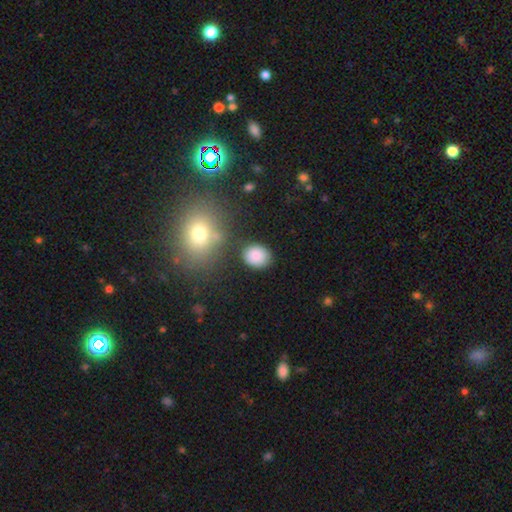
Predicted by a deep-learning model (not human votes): Q: Smooth or featured?
A: smooth (87%); runner-up: star or artifact (8%)
Q: How rounded?
A: round (58%); runner-up: in between (41%)
Q: Merging?
A: none (79%); runner-up: minor disturbance (12%)